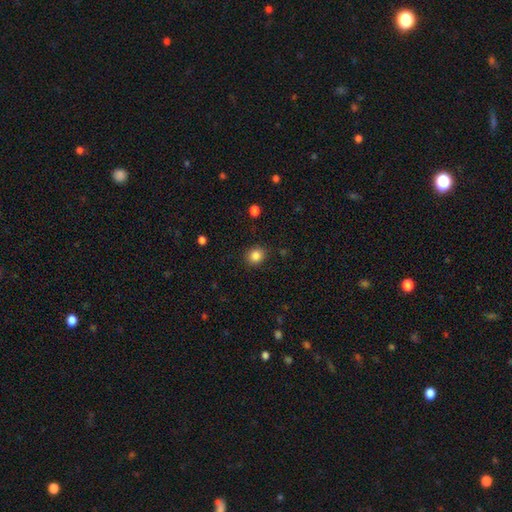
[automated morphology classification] The model was most divided on "how rounded": round: 79%, in between: 20%, cigar-shaped: 1%. More confident: merging — none (87%); smooth or featured — smooth (85%).